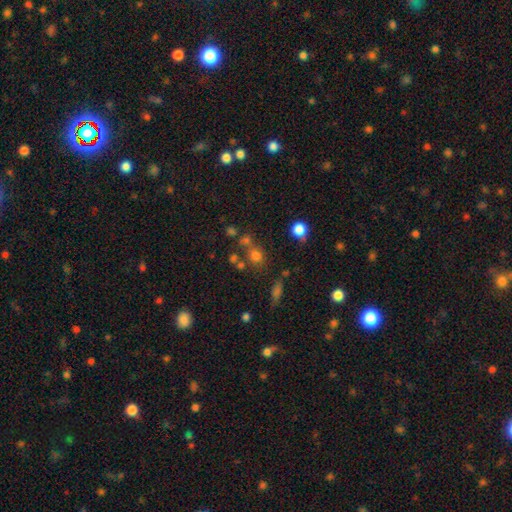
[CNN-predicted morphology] A smooth galaxy with no disk features (68%) that is round (78%).

Vote fractions:
- Smooth or featured? smooth: 68% / star or artifact: 21% / featured or disk: 11%
- How rounded? round: 78% / in between: 20% / cigar-shaped: 1%
- Merging? none: 57% / merger: 25% / minor disturbance: 12% / major disturbance: 6%